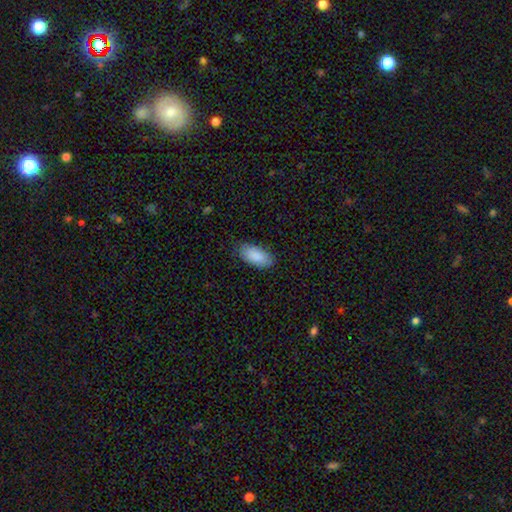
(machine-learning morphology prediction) Smooth or featured: smooth — 89% (featured or disk — 6%)
How rounded: in between — 93% (cigar-shaped — 5%)
Merging: none — 81% (minor disturbance — 15%)